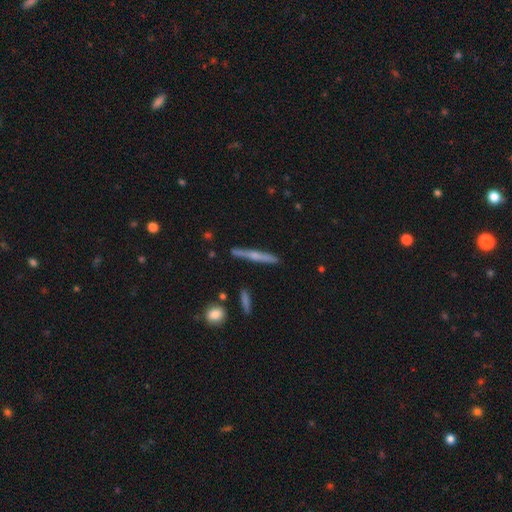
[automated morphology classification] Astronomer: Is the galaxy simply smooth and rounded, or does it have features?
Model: featured or disk — 61%.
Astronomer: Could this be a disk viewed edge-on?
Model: yes — 97%.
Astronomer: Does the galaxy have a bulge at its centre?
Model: rounded — 70%.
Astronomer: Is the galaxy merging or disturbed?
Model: none — 88%.